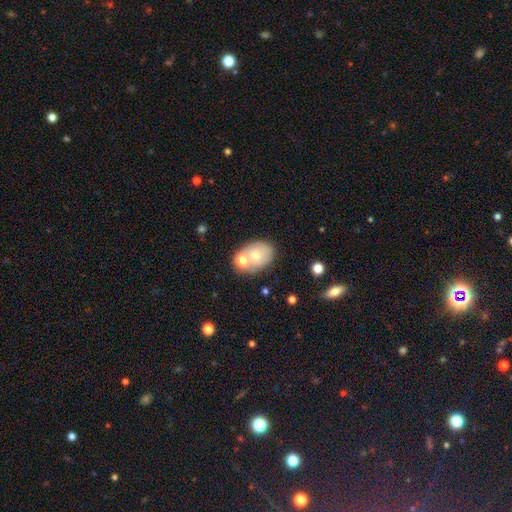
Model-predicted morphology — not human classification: type=smooth (68%); roundness=in between (74%); merging=none (52%).